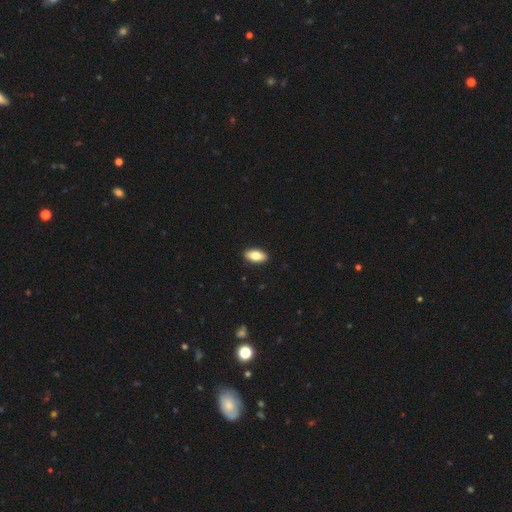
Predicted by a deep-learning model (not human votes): A smooth galaxy with no disk features (80%) that is in between round and cigar-shaped (89%).

Vote fractions:
- Smooth or featured? smooth: 80% / featured or disk: 14% / star or artifact: 6%
- How rounded? in between: 89% / cigar-shaped: 7% / round: 3%
- Merging? none: 91% / minor disturbance: 6% / major disturbance: 1% / merger: 1%